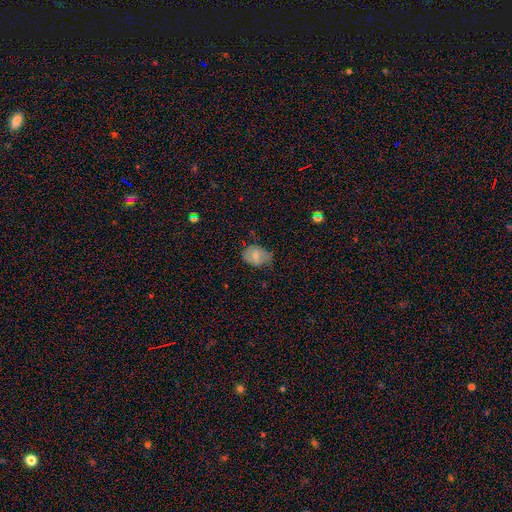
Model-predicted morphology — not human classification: The model was most divided on "merging": none: 59%, minor disturbance: 31%, major disturbance: 8%, merger: 2%. More confident: how rounded — in between (74%); smooth or featured — smooth (67%).